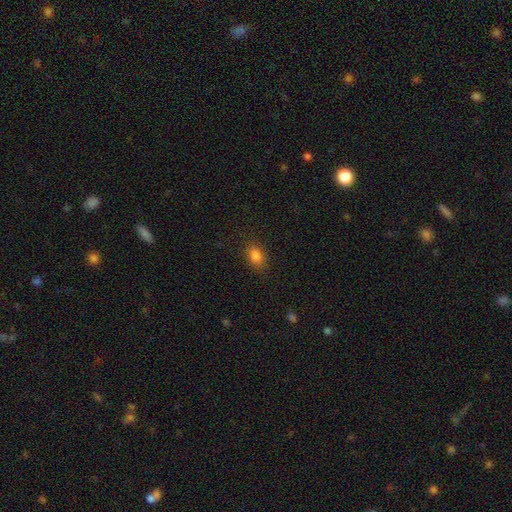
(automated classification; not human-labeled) Smooth or featured? Predicted: smooth (p=0.82). How rounded? Predicted: in between (p=0.73). Merging? Predicted: none (p=0.84).